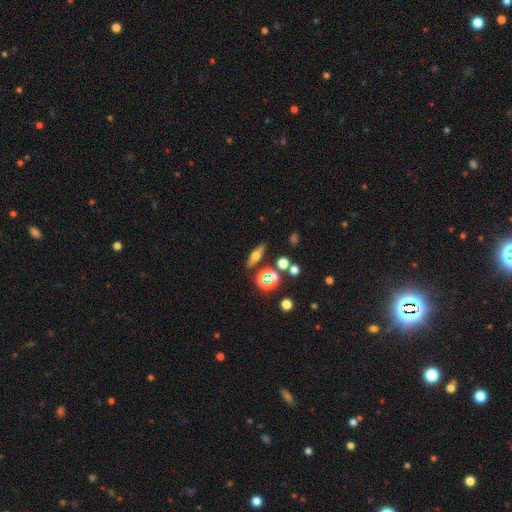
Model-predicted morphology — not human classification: This appears to be a smooth galaxy with no disk features (43%). Merging: none (83%).